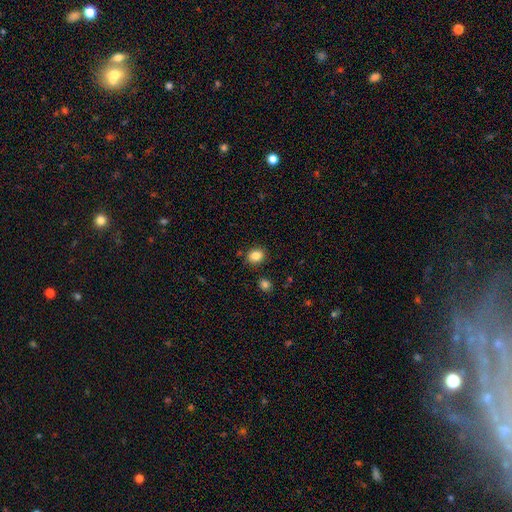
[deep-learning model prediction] Overall: smooth (85%). How rounded: round (60%; in between 39%). Merging: none (85%).